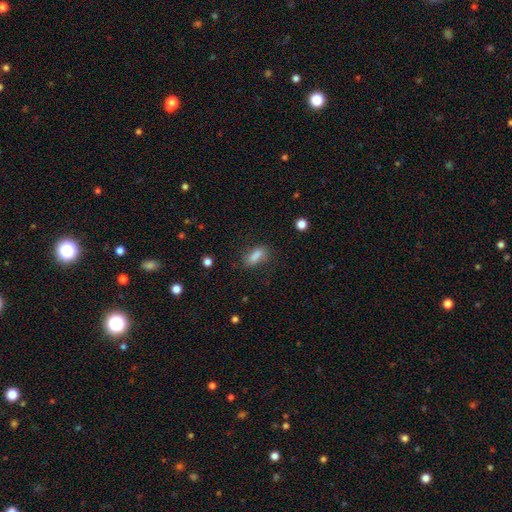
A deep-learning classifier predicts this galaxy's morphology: Overall: smooth (78%). How rounded: in between (72%). Merging: none (70%).